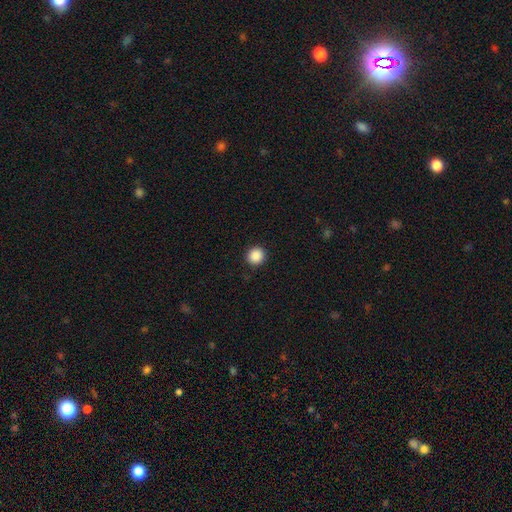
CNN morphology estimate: smooth_or_featured: smooth (p=0.88) [alt: star or artifact p=0.09]
how_rounded: round (p=0.93) [alt: in between p=0.07]
merging: none (p=0.92) [alt: minor disturbance p=0.05]